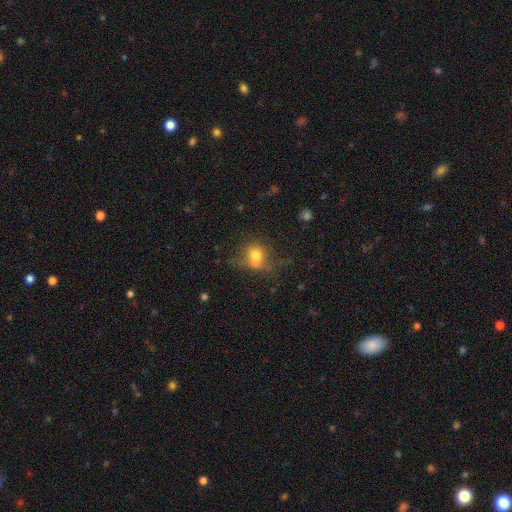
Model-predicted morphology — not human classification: This appears to be a smooth galaxy with no disk features (70%) that is round (71%). Merging: none (49%).